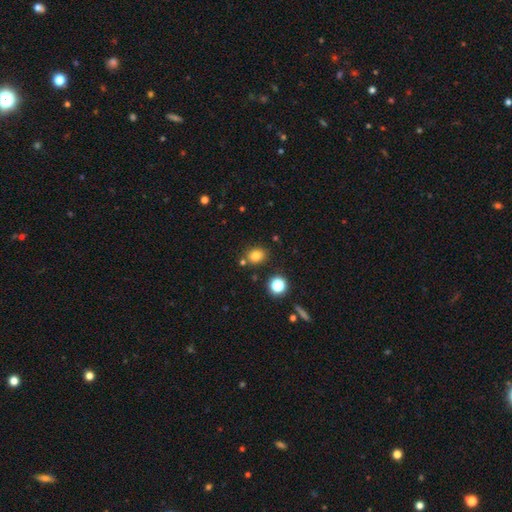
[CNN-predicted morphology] smooth 79%, star or artifact 14%, featured or disk 7%. Down the decision tree: how rounded — round (52%); merging — none (79%).